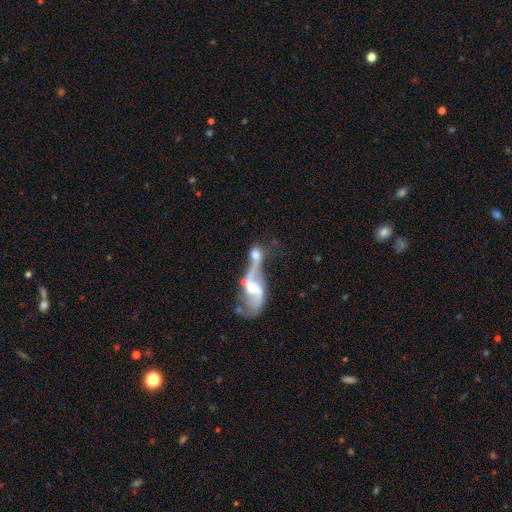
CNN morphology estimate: featured or disk 54%, smooth 36%, star or artifact 10%. Down the decision tree: edge-on disk — no (88%); merging — merger (64%).